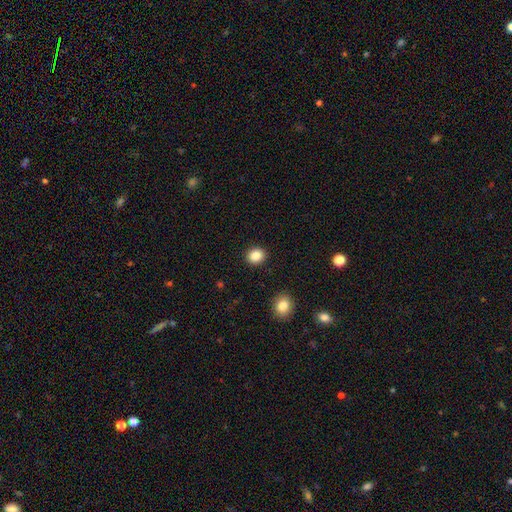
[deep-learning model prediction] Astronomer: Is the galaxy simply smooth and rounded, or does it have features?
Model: smooth — 85%.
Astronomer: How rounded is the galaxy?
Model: round — 74%.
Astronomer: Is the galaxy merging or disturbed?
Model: none — 91%.